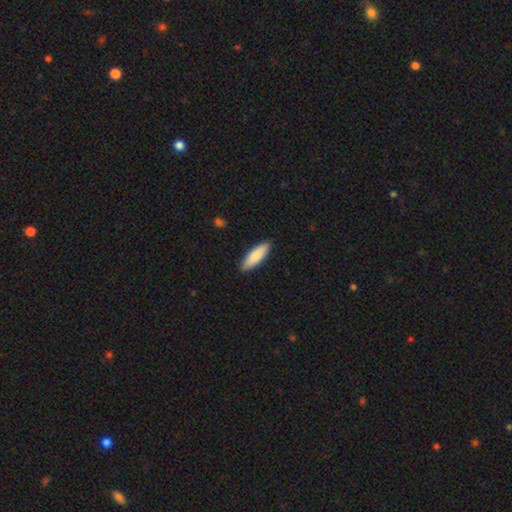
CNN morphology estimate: This appears to be a smooth galaxy with no disk features (83%) that is in between round and cigar-shaped (51%). Merging: none (90%).